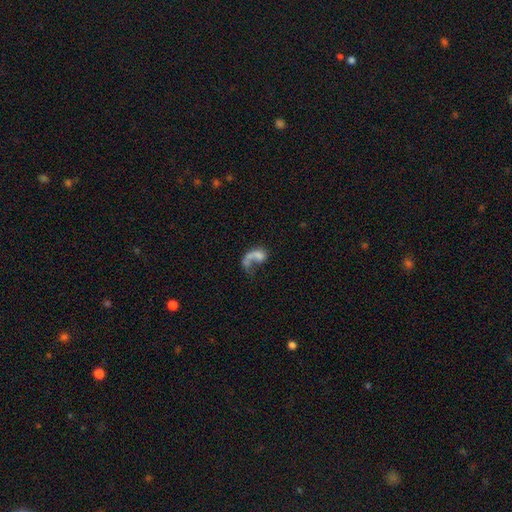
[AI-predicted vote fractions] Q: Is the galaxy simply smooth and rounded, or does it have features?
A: featured or disk — 48%.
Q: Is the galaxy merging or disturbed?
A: major disturbance — 45%.